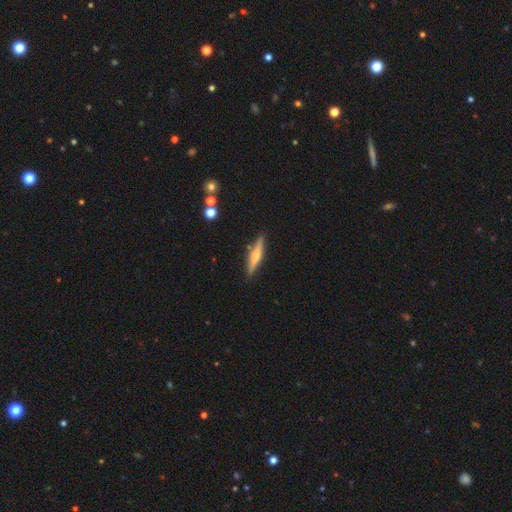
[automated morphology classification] A featured or disk galaxy (53%) viewed edge-on (95%) with a rounded central bulge (81%). Merging: none (87%).